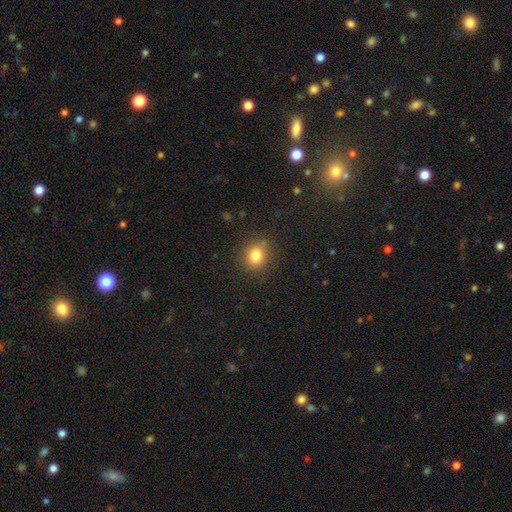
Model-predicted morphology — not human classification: This appears to be a smooth galaxy with no disk features (81%) that is round (74%). Merging: none (84%).